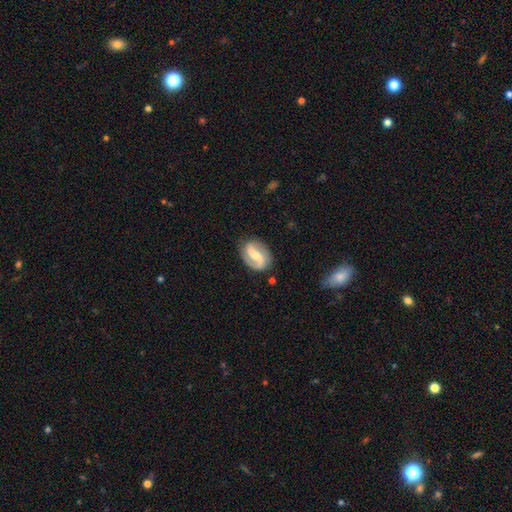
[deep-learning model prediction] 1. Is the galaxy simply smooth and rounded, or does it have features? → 83% featured or disk, 12% smooth, 5% star or artifact.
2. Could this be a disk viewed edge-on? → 97% no, 3% yes.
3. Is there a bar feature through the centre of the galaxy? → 42% strong, 37% weak, 21% no.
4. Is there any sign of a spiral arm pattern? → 94% yes, 6% no.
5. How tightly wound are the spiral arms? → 41% loose, 40% medium, 19% tight.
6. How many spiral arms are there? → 89% 2, 5% 1, 3% can't tell, 1% 3, 1% 4, 1% more than 4.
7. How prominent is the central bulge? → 50% moderate, 43% small, 3% large, 2% none, 1% dominant.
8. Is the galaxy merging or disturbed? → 81% none, 14% minor disturbance, 4% major disturbance, 2% merger.